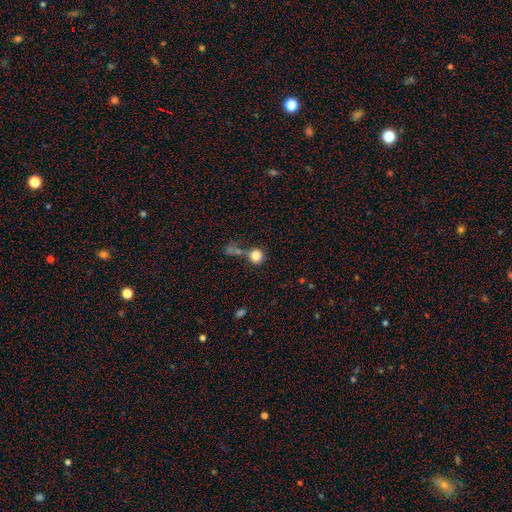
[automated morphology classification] smooth 83%, star or artifact 10%, featured or disk 7%. Down the decision tree: how rounded — round (90%); merging — none (60%).